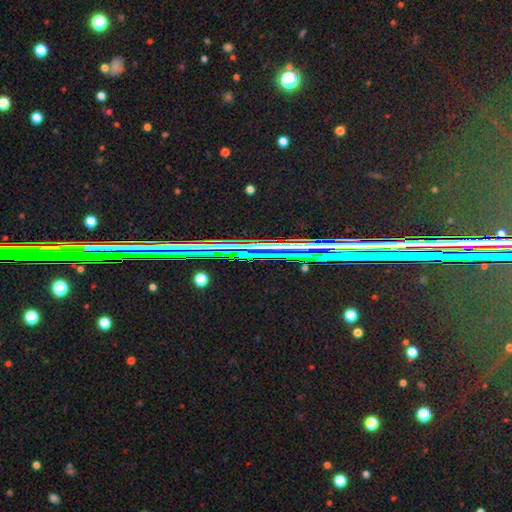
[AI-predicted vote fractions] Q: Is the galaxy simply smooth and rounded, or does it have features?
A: star or artifact — 77%.